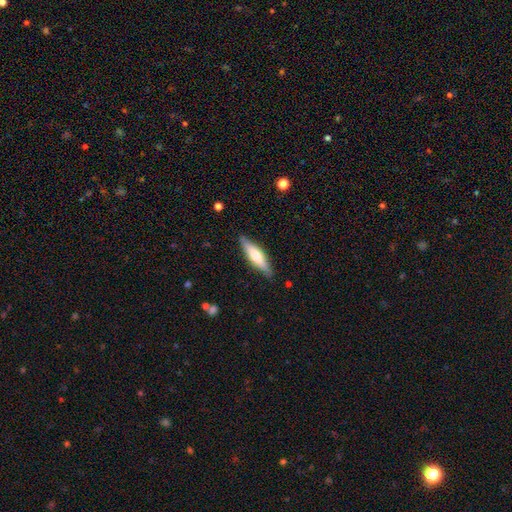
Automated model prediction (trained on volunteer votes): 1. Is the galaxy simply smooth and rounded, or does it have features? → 50% smooth, 45% featured or disk, 6% star or artifact.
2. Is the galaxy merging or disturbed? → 86% none, 11% minor disturbance, 2% major disturbance, 1% merger.